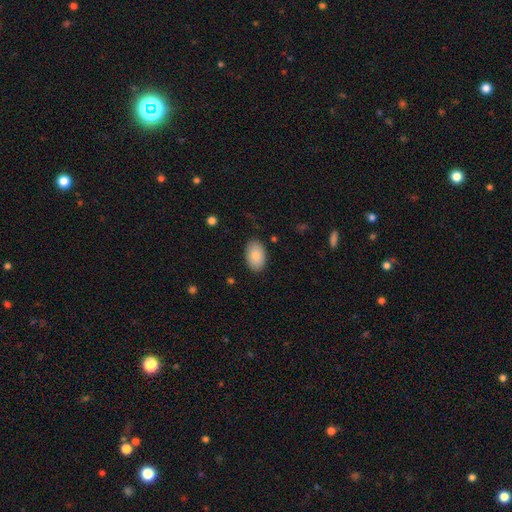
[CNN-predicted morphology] A smooth galaxy with no disk features (86%) that is in between round and cigar-shaped (92%). Merging: none (87%).